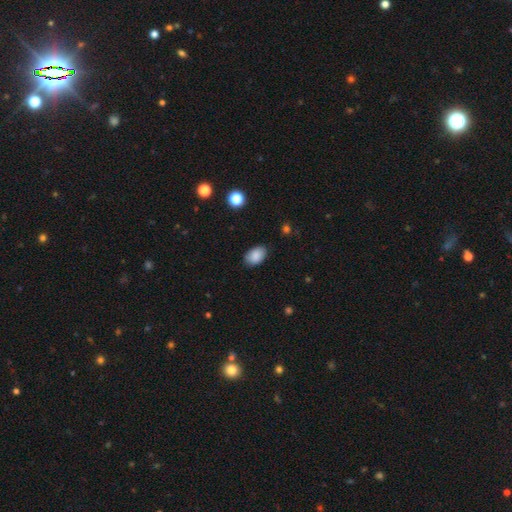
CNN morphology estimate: This appears to be a smooth galaxy with no disk features (88%) that is in between round and cigar-shaped (89%). Merging: none (85%).